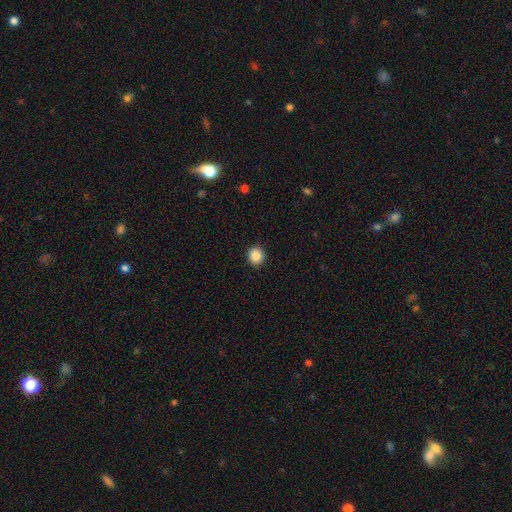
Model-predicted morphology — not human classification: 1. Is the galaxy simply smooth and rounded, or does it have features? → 87% smooth, 9% star or artifact, 4% featured or disk.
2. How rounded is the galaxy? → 82% round, 17% in between, 1% cigar-shaped.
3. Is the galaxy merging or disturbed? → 91% none, 6% minor disturbance, 2% major disturbance, 1% merger.